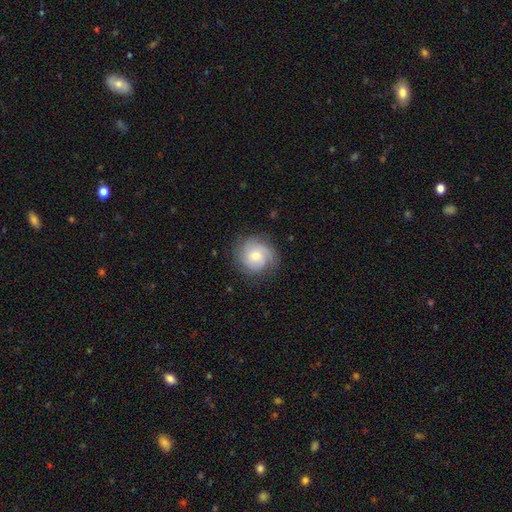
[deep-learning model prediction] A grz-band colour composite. It shows a featured or disk galaxy (56%) with no bar (75%), spiral arms (89%) and a moderate central bulge (49%). Merging: none (76%).